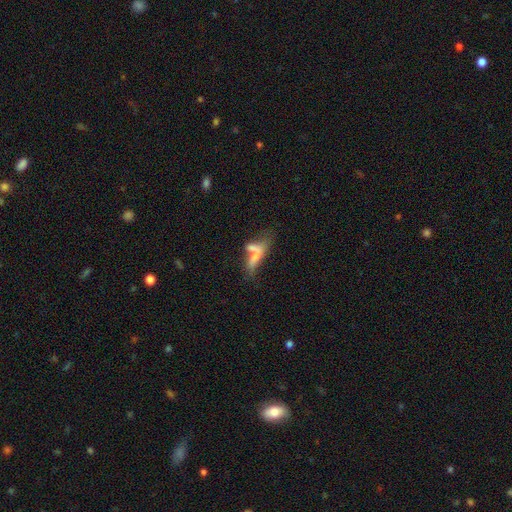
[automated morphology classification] Smooth or featured: smooth — 60% (featured or disk — 29%)
How rounded: in between — 49% (cigar-shaped — 46%)
Merging: merger — 53% (none — 20%)